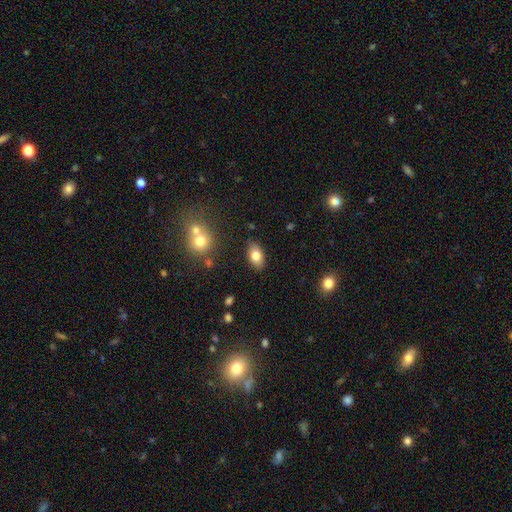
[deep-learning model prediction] This is likely a smooth galaxy (79%). How rounded: clearly in between (91%). Merging: clearly none (85%).